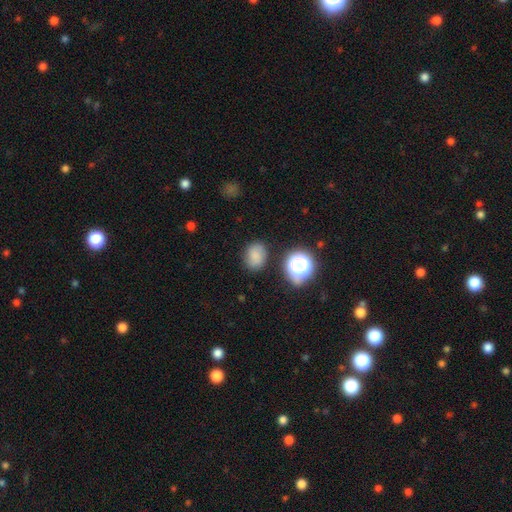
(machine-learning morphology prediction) A smooth galaxy with no disk features (72%) that is in between round and cigar-shaped (55%).

Vote fractions:
- Smooth or featured? smooth: 72% / star or artifact: 15% / featured or disk: 13%
- How rounded? in between: 55% / round: 44% / cigar-shaped: 1%
- Merging? none: 77% / minor disturbance: 15% / major disturbance: 5% / merger: 3%